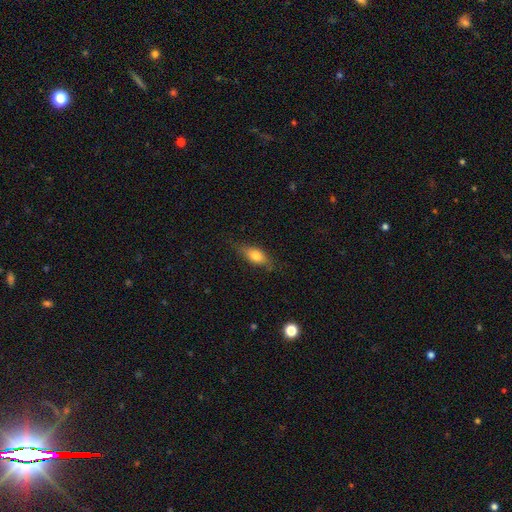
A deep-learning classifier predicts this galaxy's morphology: This is likely a smooth galaxy (70%). How rounded: likely in between (75%). Merging: likely none (72%).